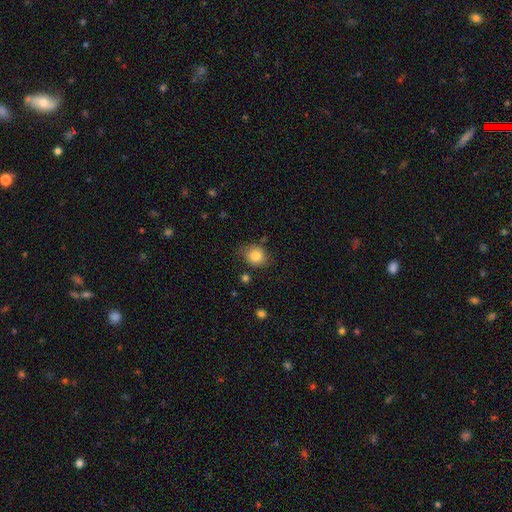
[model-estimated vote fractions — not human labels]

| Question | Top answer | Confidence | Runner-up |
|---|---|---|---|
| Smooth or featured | smooth | 83% | star or artifact (9%) |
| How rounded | round | 71% | in between (28%) |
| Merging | none | 73% | minor disturbance (19%) |